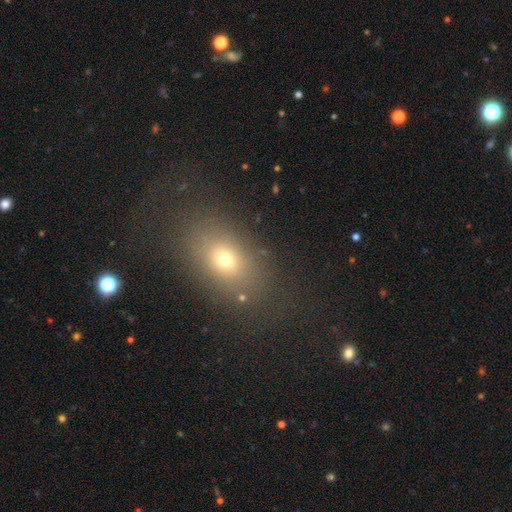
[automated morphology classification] A smooth galaxy with no disk features (63%) that is in between round and cigar-shaped (68%). Merging: none (82%).